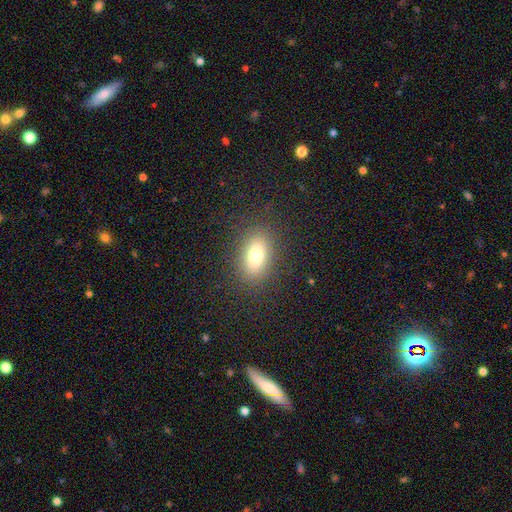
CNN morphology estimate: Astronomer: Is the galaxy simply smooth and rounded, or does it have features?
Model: smooth — 74%.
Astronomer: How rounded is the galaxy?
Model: in between — 81%.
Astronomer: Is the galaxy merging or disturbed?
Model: none — 86%.